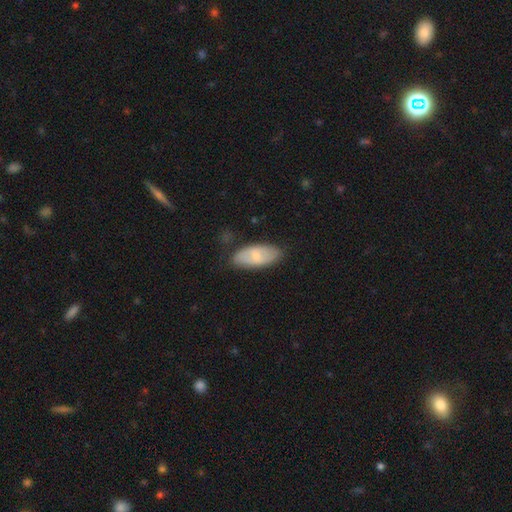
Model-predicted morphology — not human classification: Smooth or featured?
  - smooth: 64% *
  - featured or disk: 30%
  - star or artifact: 6%
How rounded?
  - in between: 89% *
  - cigar-shaped: 9%
  - round: 2%
Merging?
  - none: 75% *
  - minor disturbance: 19%
  - major disturbance: 4%
  - merger: 2%